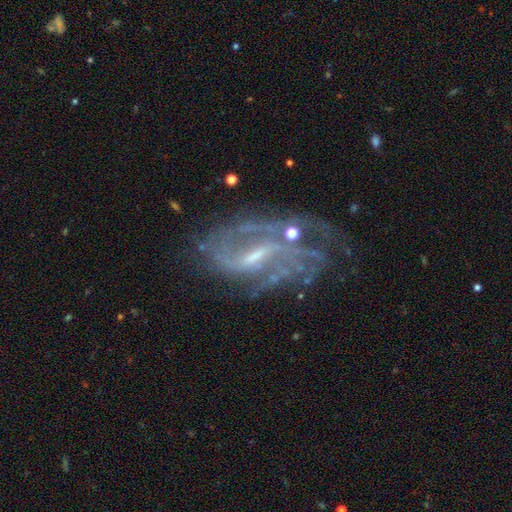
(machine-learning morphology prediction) featured or disk 84%, star or artifact 8%, smooth 7%. Down the decision tree: edge-on disk — no (95%); bar — weak (46%); spiral arms — yes (86%); spiral arm count — 2 (34%); spiral winding — medium (44%); bulge size — small (43%); merging — none (45%).